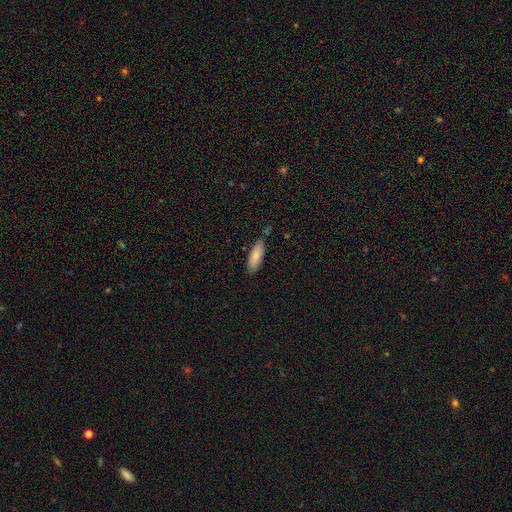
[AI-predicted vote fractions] This appears to be a smooth galaxy with no disk features (83%) that is in between round and cigar-shaped (65%). Merging: none (77%).